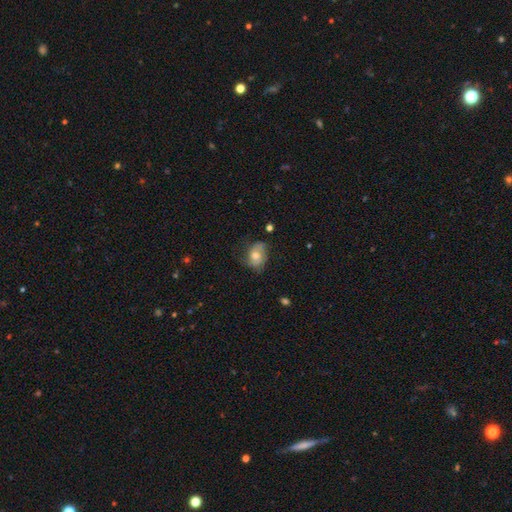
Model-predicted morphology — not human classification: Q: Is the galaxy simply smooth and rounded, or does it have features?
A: smooth — 50%.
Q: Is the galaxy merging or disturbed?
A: none — 55%.